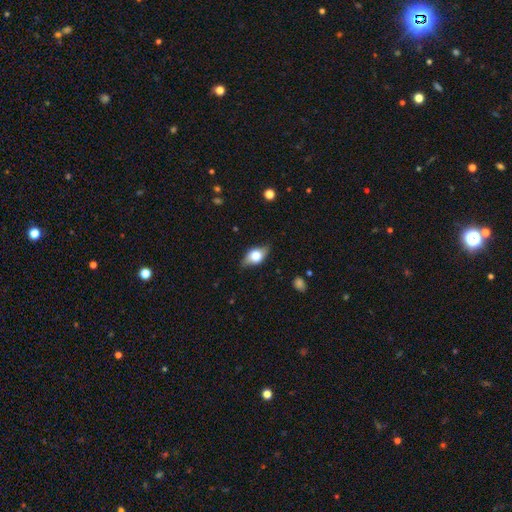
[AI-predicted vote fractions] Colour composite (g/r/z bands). It shows a smooth galaxy with no disk features (52%) that is in between round and cigar-shaped (77%). Merging: none (77%).